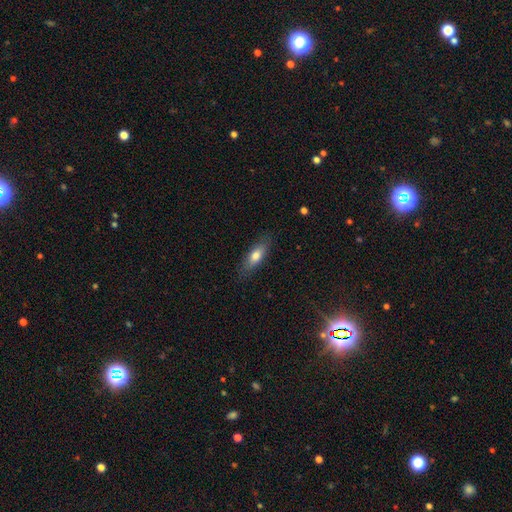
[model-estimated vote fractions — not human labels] Smooth or featured? Predicted: smooth (p=0.73). How rounded? Predicted: in between (p=0.64). Merging? Predicted: none (p=0.83).